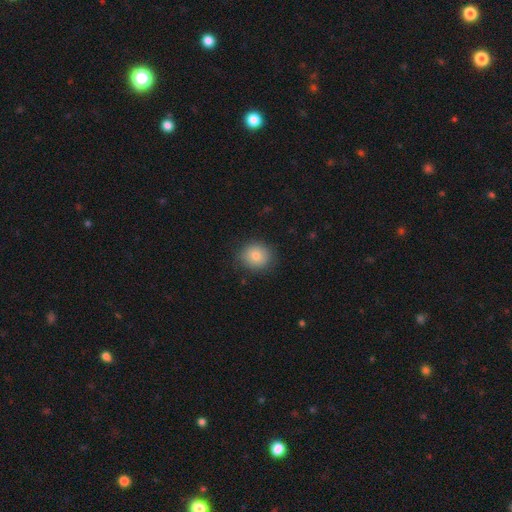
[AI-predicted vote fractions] This is likely a smooth galaxy (79%). How rounded: clearly round (84%). Merging: clearly none (86%).